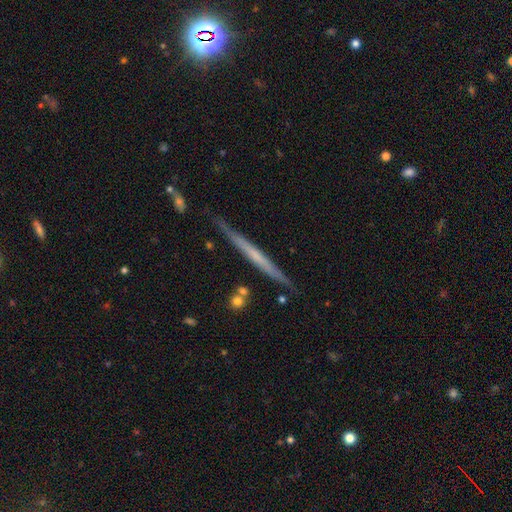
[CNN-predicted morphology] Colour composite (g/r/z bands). It shows a featured or disk galaxy (60%) viewed edge-on (97%) with no central bulge (80%). Merging: none (84%).